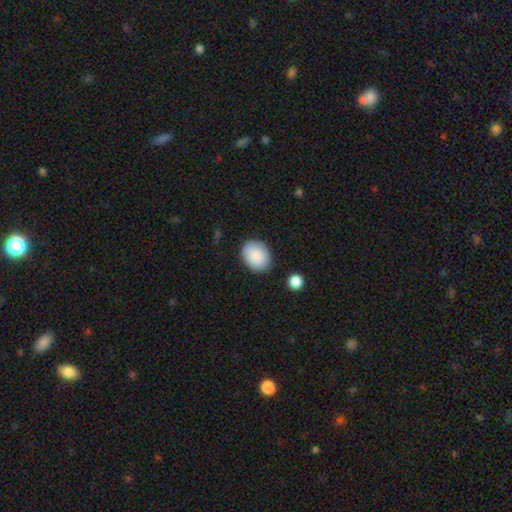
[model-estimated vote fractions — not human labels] A smooth galaxy with no disk features (89%) that is in between round and cigar-shaped (58%).

Vote fractions:
- Smooth or featured? smooth: 89% / star or artifact: 6% / featured or disk: 5%
- How rounded? in between: 58% / round: 41% / cigar-shaped: 1%
- Merging? none: 84% / minor disturbance: 11% / major disturbance: 3% / merger: 2%